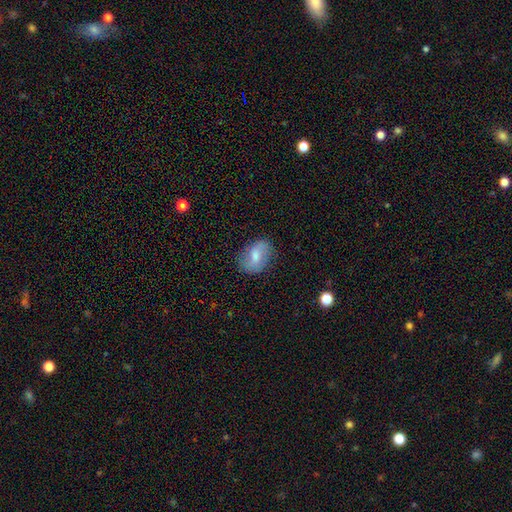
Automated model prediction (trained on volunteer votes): A smooth galaxy with no disk features (64%) that is in between round and cigar-shaped (82%). Merging: none (75%).